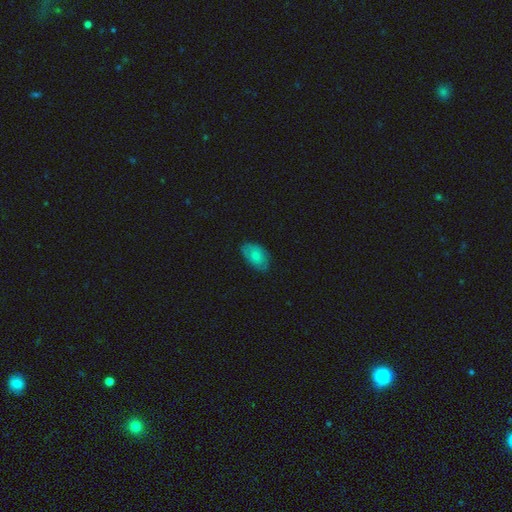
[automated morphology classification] type=smooth (70%); roundness=in between (90%); merging=none (75%).